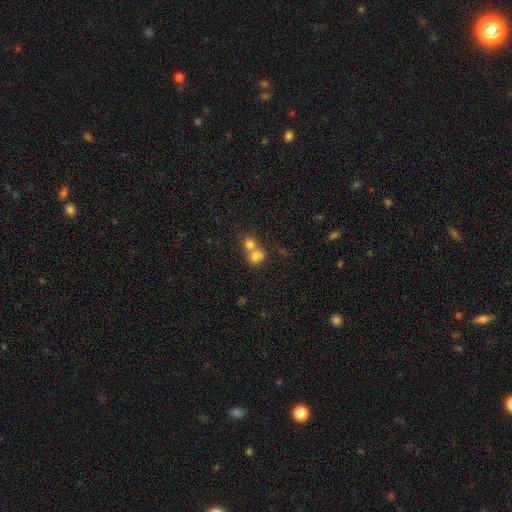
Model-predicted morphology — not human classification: This appears to be a smooth galaxy with no disk features (73%) that is round (68%). Merging: merger (65%).